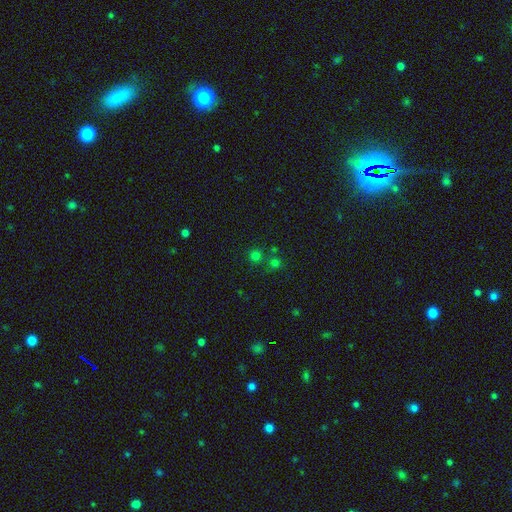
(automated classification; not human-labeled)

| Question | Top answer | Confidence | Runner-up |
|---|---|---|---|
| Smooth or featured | smooth | 65% | star or artifact (28%) |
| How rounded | round | 93% | in between (6%) |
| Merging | none | 71% | merger (19%) |